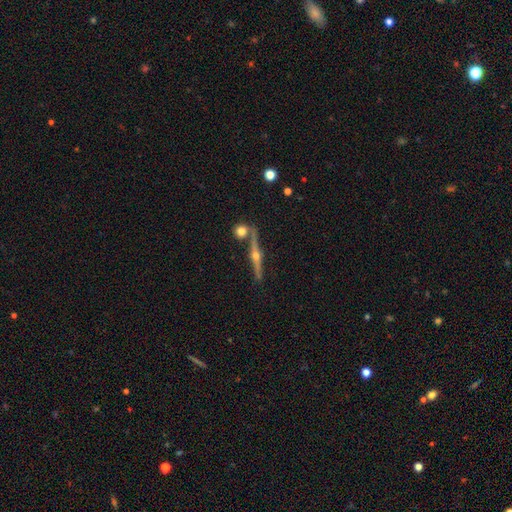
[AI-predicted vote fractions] The model was most divided on "merging": none: 82%, merger: 9%, minor disturbance: 7%, major disturbance: 2%. More confident: edge-on disk — yes (98%); edge-on bulge — rounded (96%); smooth or featured — featured or disk (85%).